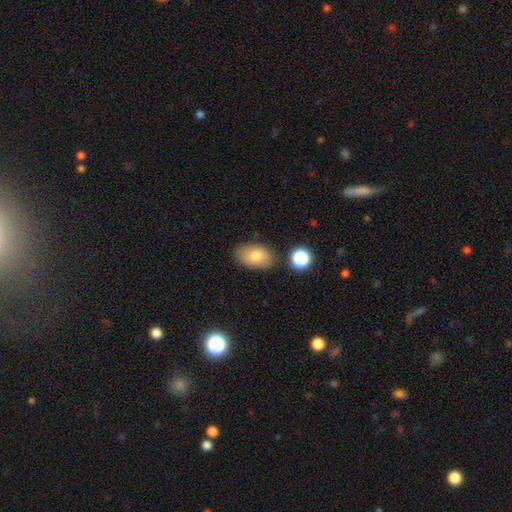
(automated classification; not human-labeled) This is likely a smooth galaxy (80%). How rounded: clearly in between (89%). Merging: likely none (80%).